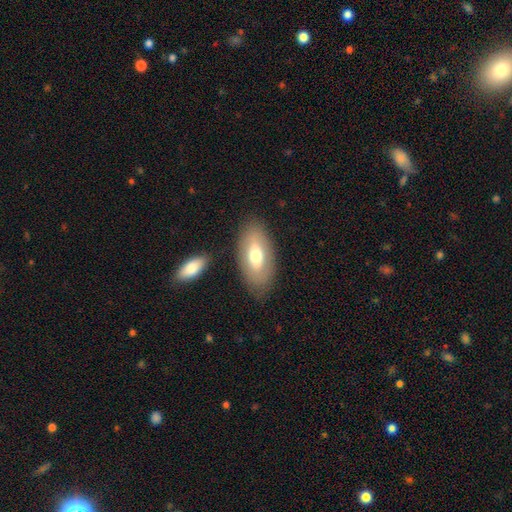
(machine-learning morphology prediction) This is likely a smooth galaxy (63%). How rounded: clearly in between (91%). Merging: likely none (80%).